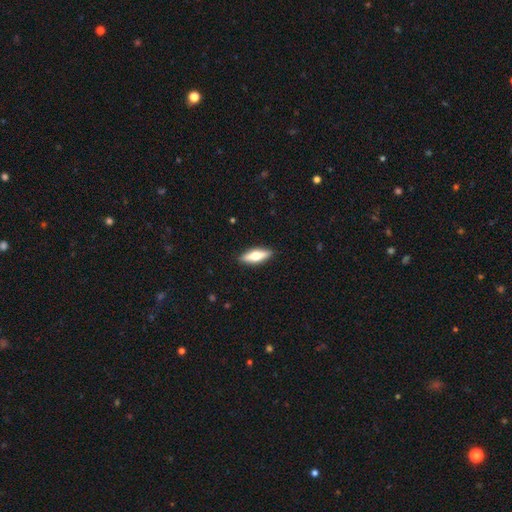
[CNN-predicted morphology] A smooth galaxy with no disk features (52%) that is in between round and cigar-shaped (50%). Merging: none (90%).